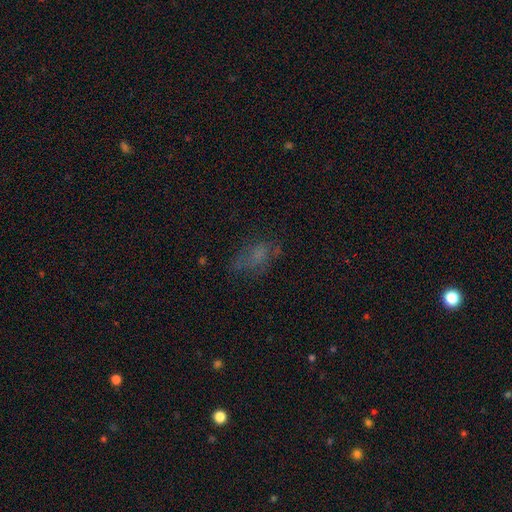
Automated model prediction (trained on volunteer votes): smooth 54%, featured or disk 25%, star or artifact 21%. Down the decision tree: how rounded — in between (83%); merging — none (52%).